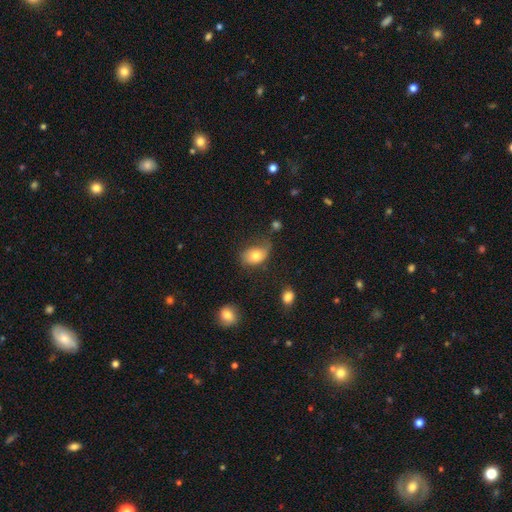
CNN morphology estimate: smooth-or-featured: smooth: 76% | featured or disk: 16% | star or artifact: 8%
  how-rounded: in between: 80% | round: 19% | cigar-shaped: 1%
  merging: none: 39% | minor disturbance: 36% | major disturbance: 21% | merger: 4%